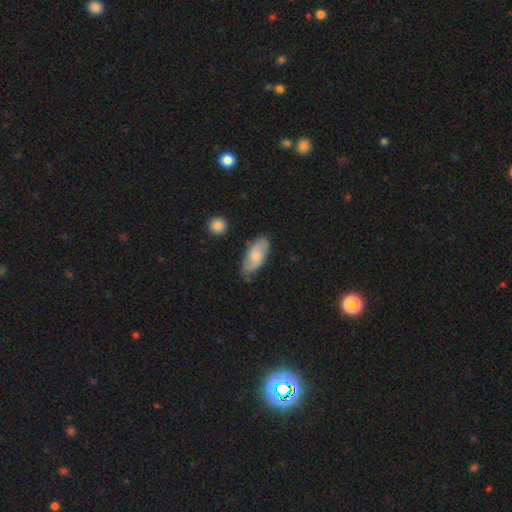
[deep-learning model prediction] Smooth or featured: smooth — 62% (featured or disk — 32%)
How rounded: in between — 87% (cigar-shaped — 11%)
Merging: none — 71% (minor disturbance — 21%)